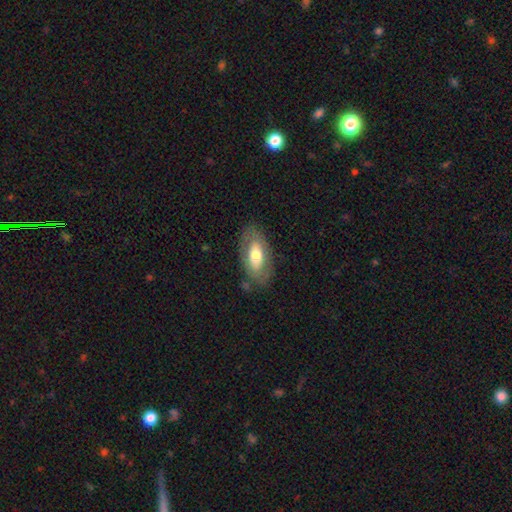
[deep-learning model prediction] Q: Smooth or featured?
A: smooth (55%); runner-up: featured or disk (39%)
Q: How rounded?
A: in between (90%); runner-up: cigar-shaped (6%)
Q: Merging?
A: none (78%); runner-up: minor disturbance (14%)